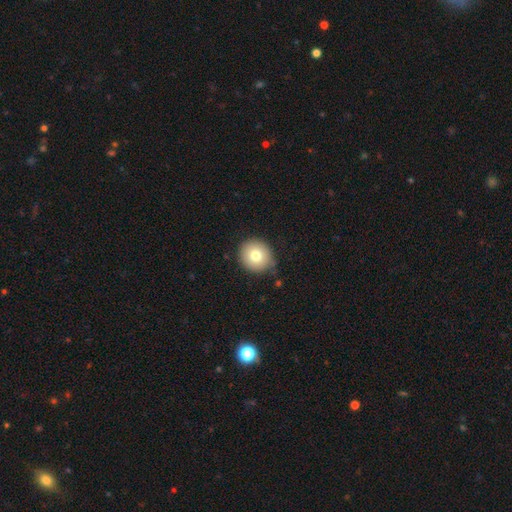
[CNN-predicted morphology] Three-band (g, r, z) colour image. It shows a smooth galaxy with no disk features (77%) that is round (91%). Merging: none (83%).